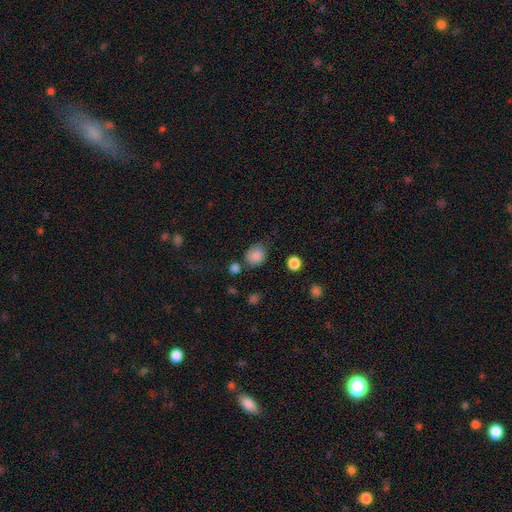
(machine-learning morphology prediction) Smooth or featured? smooth (85%)
How rounded? round (65%)
Merging? none (64%)